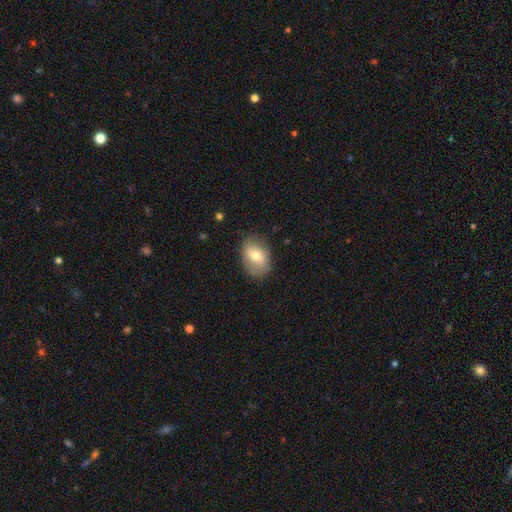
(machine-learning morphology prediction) Smooth or featured? smooth (66%)
How rounded? in between (76%)
Merging? none (78%)